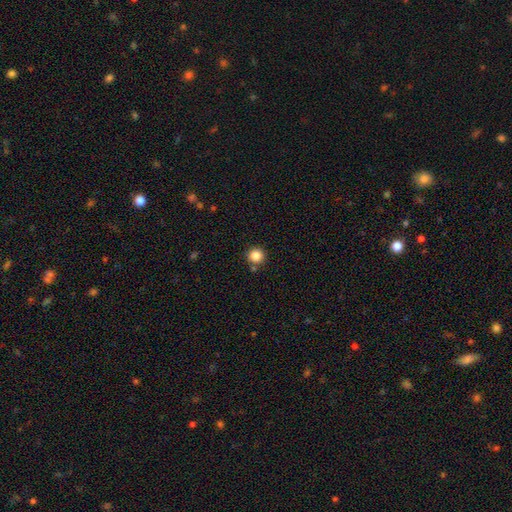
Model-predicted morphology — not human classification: This appears to be a smooth galaxy with no disk features (85%) that is round (94%). Merging: none (82%).